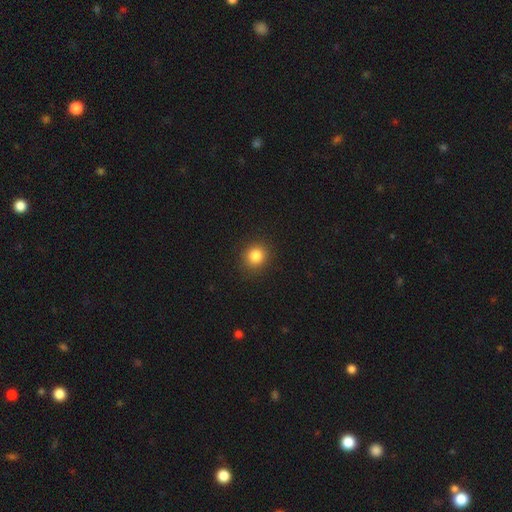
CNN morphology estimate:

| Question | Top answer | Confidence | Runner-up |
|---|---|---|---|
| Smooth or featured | smooth | 84% | star or artifact (11%) |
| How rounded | round | 84% | in between (15%) |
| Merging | none | 89% | minor disturbance (7%) |